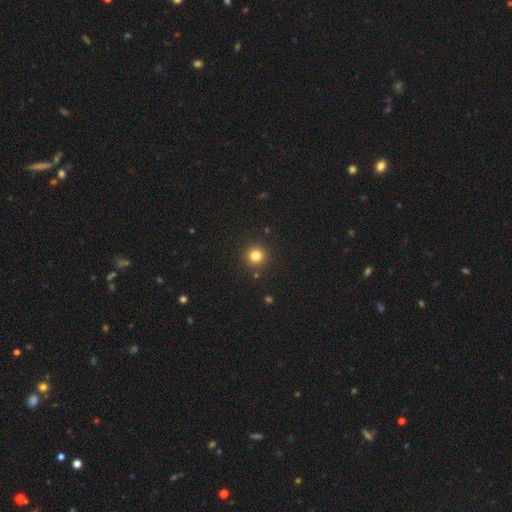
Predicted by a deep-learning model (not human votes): A smooth galaxy with no disk features (82%) that is round (95%).

Vote fractions:
- Smooth or featured? smooth: 82% / star or artifact: 13% / featured or disk: 5%
- How rounded? round: 95% / in between: 4% / cigar-shaped: 1%
- Merging? none: 91% / minor disturbance: 5% / major disturbance: 2% / merger: 2%